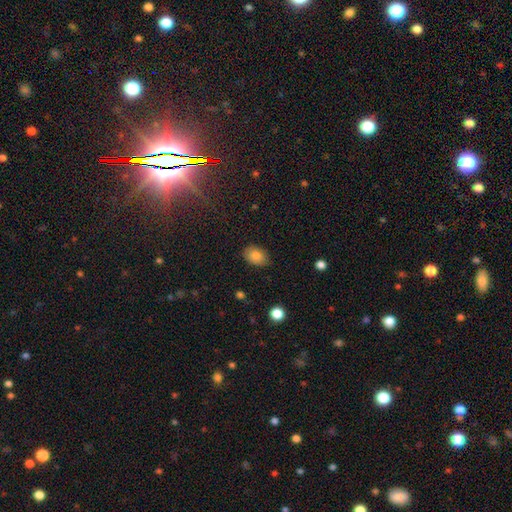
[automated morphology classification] Smooth or featured?
  - smooth: 83% *
  - featured or disk: 9%
  - star or artifact: 9%
How rounded?
  - in between: 79% *
  - round: 20%
  - cigar-shaped: 1%
Merging?
  - none: 85% *
  - minor disturbance: 11%
  - major disturbance: 2%
  - merger: 1%